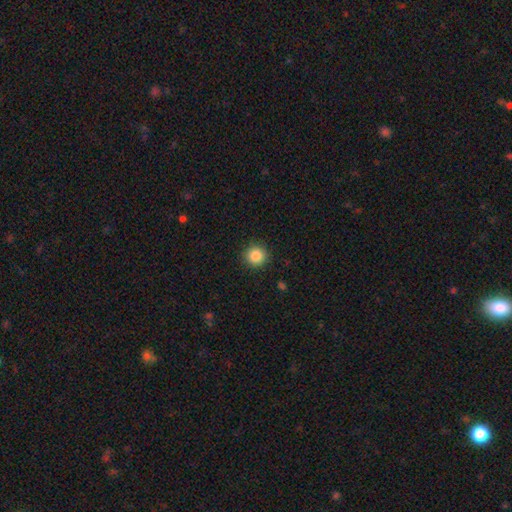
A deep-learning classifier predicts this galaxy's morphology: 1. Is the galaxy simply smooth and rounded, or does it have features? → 87% smooth, 10% star or artifact, 4% featured or disk.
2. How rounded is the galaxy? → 94% round, 5% in between, 1% cigar-shaped.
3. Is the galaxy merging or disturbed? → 91% none, 6% minor disturbance, 2% major disturbance, 1% merger.